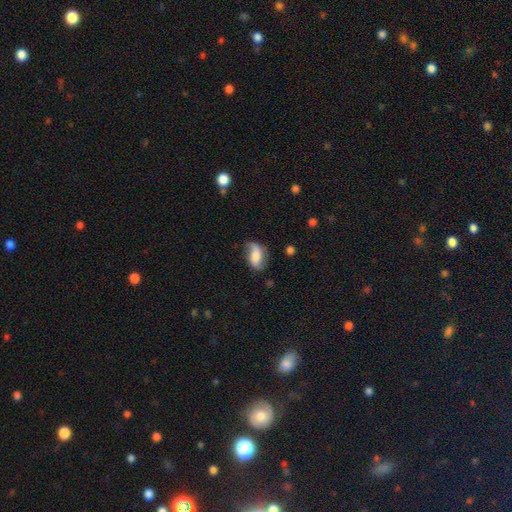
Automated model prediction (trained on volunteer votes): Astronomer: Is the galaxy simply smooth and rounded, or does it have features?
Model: featured or disk — 48% (runner-up: smooth, 43%).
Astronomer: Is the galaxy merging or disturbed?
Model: none — 57%.